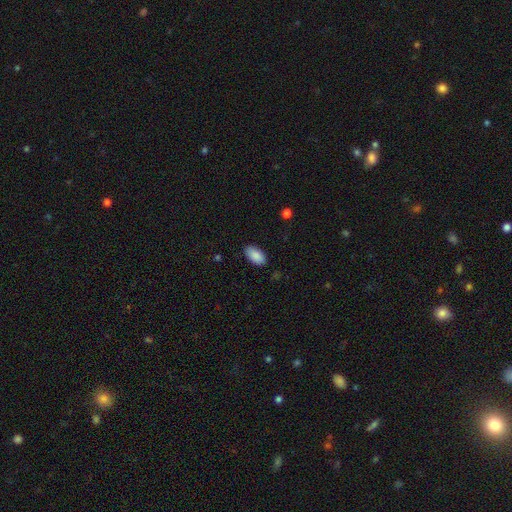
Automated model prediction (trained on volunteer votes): This is clearly a smooth galaxy (89%). How rounded: clearly in between (95%). Merging: clearly none (86%).